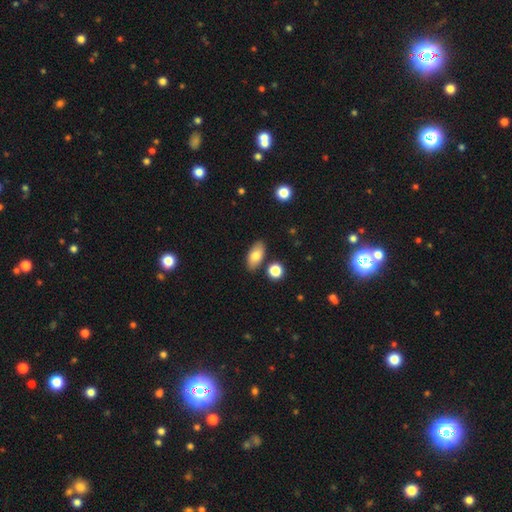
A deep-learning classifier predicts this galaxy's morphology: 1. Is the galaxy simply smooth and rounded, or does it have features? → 79% smooth, 13% featured or disk, 8% star or artifact.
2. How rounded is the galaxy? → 90% in between, 5% cigar-shaped, 5% round.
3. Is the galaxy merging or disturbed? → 82% none, 10% minor disturbance, 5% merger, 2% major disturbance.